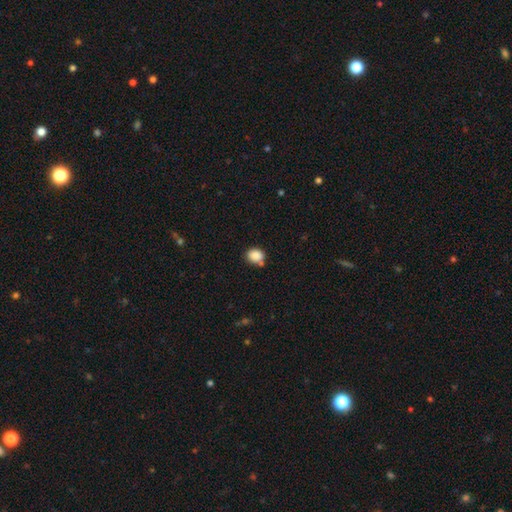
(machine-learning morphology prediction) This appears to be a smooth galaxy with no disk features (87%) that is round (51%). Merging: none (66%).